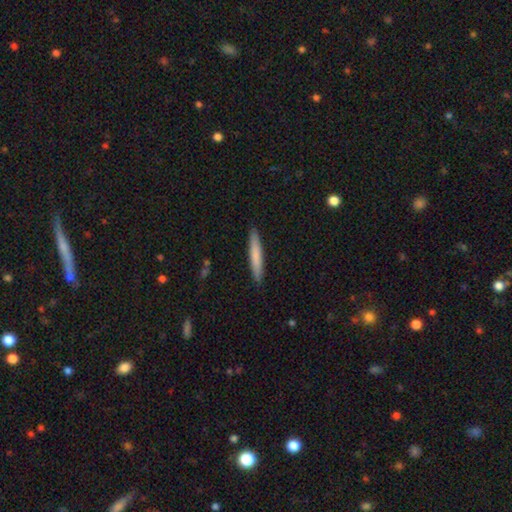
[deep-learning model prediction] Smooth or featured: smooth — 75% (featured or disk — 20%)
How rounded: cigar-shaped — 95% (in between — 4%)
Merging: none — 91% (minor disturbance — 7%)